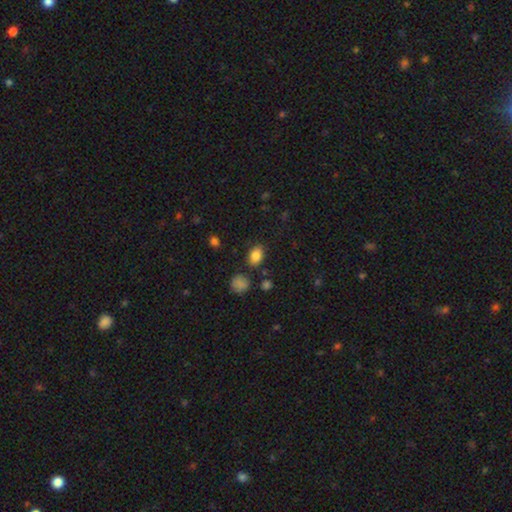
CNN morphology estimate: smooth 84%, star or artifact 11%, featured or disk 5%. Down the decision tree: how rounded — in between (76%); merging — none (78%).